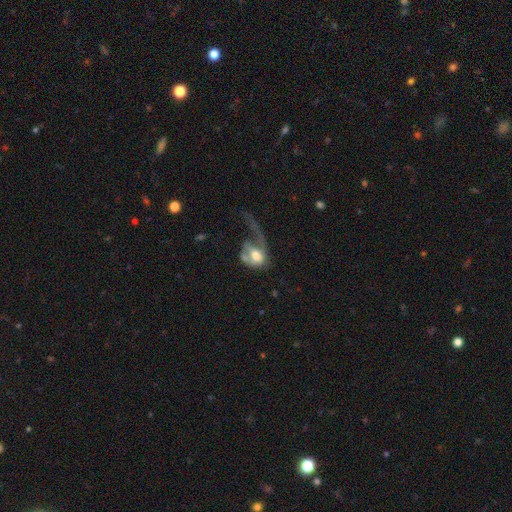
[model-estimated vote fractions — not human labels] Overall: smooth (46%, tied with featured or disk). Merging: major disturbance (64%).